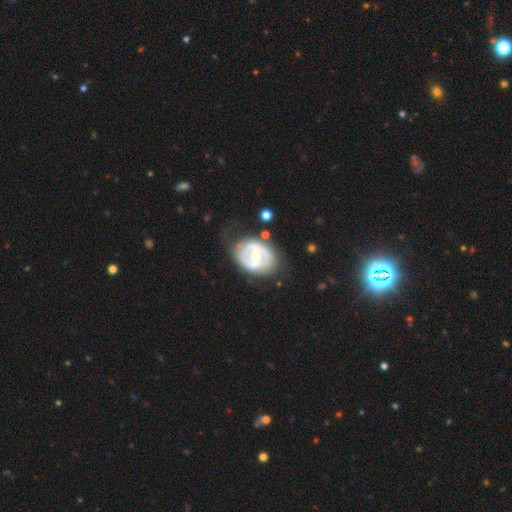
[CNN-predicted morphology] Smooth or featured? Predicted: featured or disk (p=0.72). Edge-on disk? Predicted: no (p=0.96). Bar? Predicted: weak (p=0.38). Spiral arms? Predicted: no (p=0.56). Bulge size? Predicted: moderate (p=0.55). Merging? Predicted: none (p=0.58).